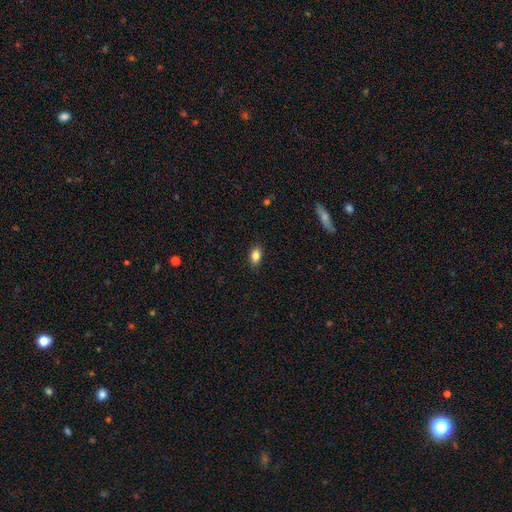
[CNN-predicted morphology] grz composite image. It shows a smooth galaxy with no disk features (84%) that is in between round and cigar-shaped (87%). Merging: none (88%).